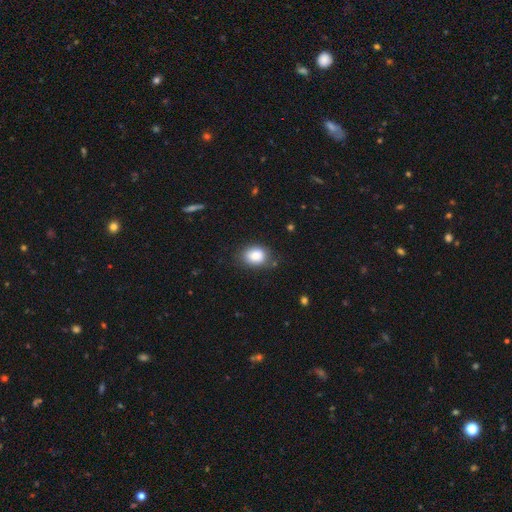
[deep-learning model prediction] Morphology: type=smooth (82%); roundness=in between (54%); merging=none (76%).